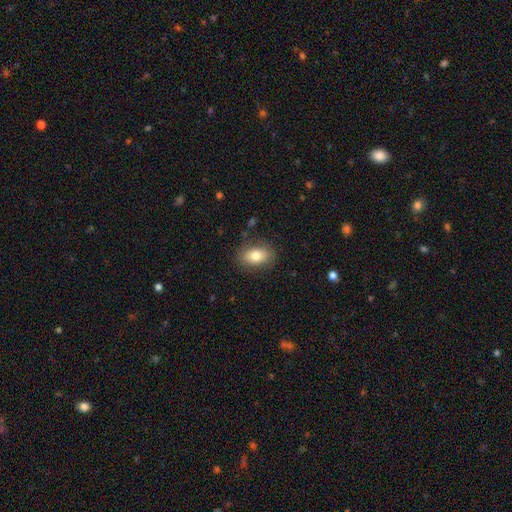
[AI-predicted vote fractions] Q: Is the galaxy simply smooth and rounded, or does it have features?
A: smooth — 78%.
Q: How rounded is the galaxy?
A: in between — 84%.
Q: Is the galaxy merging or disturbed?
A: none — 83%.